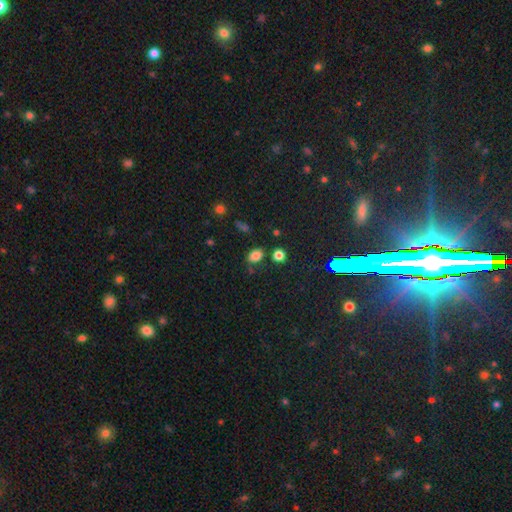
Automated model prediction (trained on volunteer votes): A smooth galaxy with no disk features (81%) that is in between round and cigar-shaped (76%). Merging: none (72%).